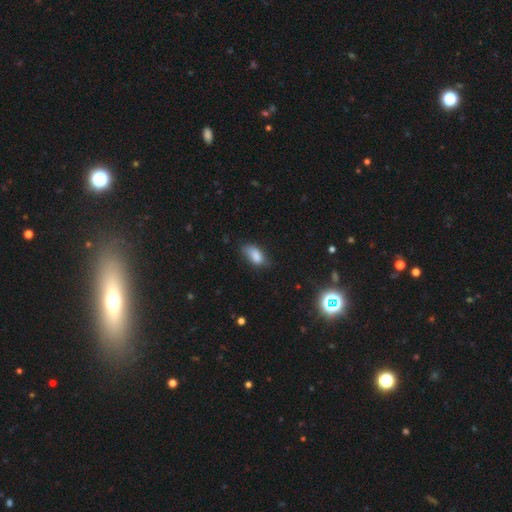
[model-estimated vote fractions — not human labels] This is clearly a smooth galaxy (82%). How rounded: clearly in between (89%). Merging: possibly none (49%).